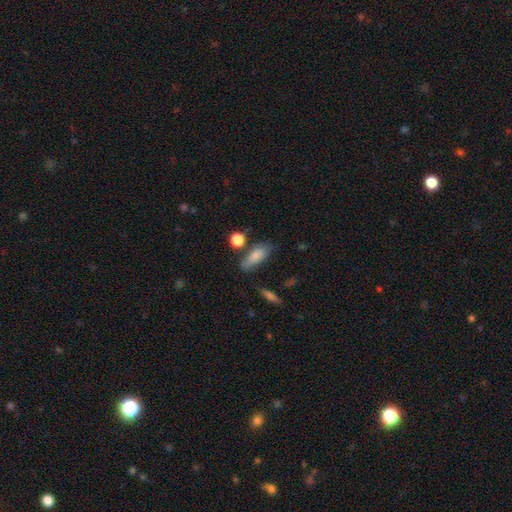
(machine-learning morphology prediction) Smooth or featured?
  - smooth: 81% *
  - featured or disk: 11%
  - star or artifact: 8%
How rounded?
  - in between: 72% *
  - cigar-shaped: 20%
  - round: 7%
Merging?
  - none: 60% *
  - minor disturbance: 23%
  - merger: 9%
  - major disturbance: 8%